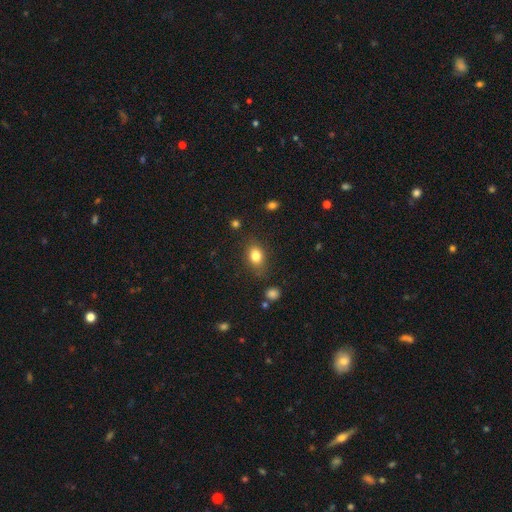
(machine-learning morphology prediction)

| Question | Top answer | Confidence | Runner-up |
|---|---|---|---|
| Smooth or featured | smooth | 81% | star or artifact (10%) |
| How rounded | in between | 67% | round (31%) |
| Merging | none | 79% | minor disturbance (15%) |